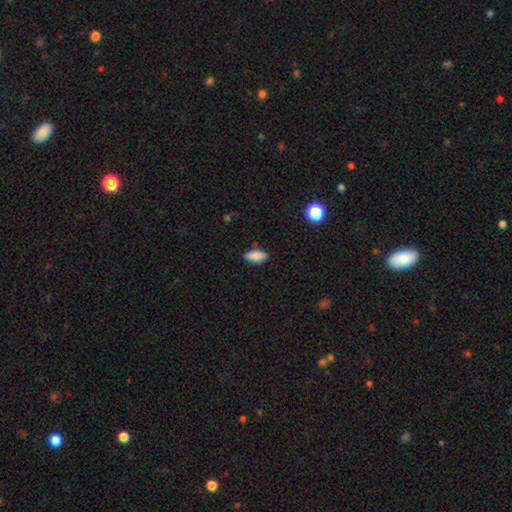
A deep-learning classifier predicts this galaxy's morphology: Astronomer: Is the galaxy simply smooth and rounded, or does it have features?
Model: smooth — 85%.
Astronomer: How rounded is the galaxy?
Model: in between — 80%.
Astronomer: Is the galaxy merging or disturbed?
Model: none — 84%.